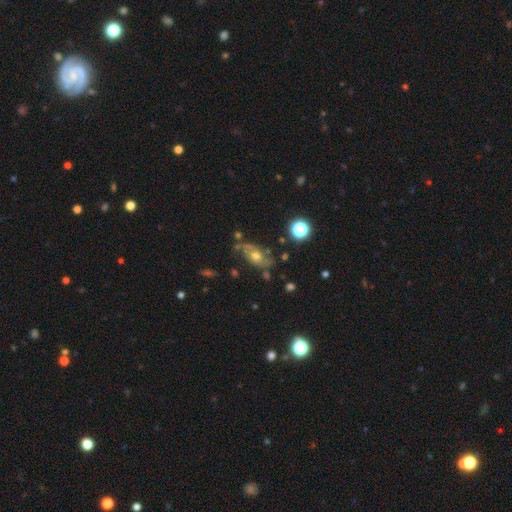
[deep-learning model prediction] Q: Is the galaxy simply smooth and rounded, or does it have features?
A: featured or disk — 60%.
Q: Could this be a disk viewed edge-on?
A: no — 89%.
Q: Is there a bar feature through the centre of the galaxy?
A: no — 74%.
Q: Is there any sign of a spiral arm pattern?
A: yes — 80%.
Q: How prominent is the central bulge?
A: moderate — 68%.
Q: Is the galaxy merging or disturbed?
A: none — 64%.